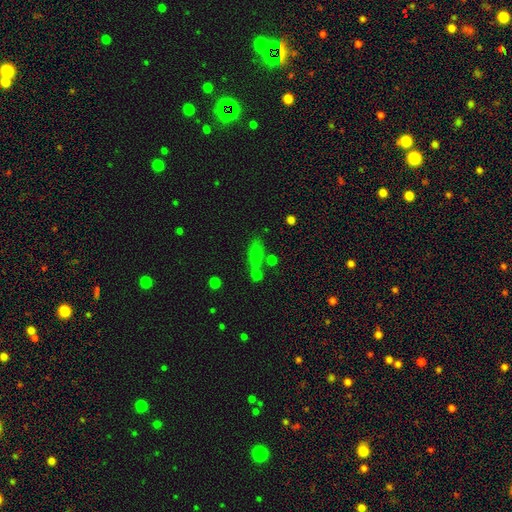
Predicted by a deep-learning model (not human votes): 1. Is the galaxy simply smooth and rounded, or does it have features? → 68% smooth, 18% star or artifact, 14% featured or disk.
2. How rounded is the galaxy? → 65% in between, 25% cigar-shaped, 11% round.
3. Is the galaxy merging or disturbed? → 53% none, 23% merger, 16% minor disturbance, 8% major disturbance.